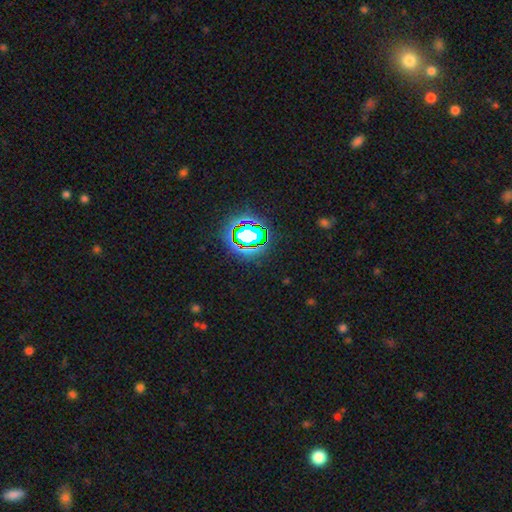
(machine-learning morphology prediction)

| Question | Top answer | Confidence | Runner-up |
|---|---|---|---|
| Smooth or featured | star or artifact | 79% | smooth (14%) |